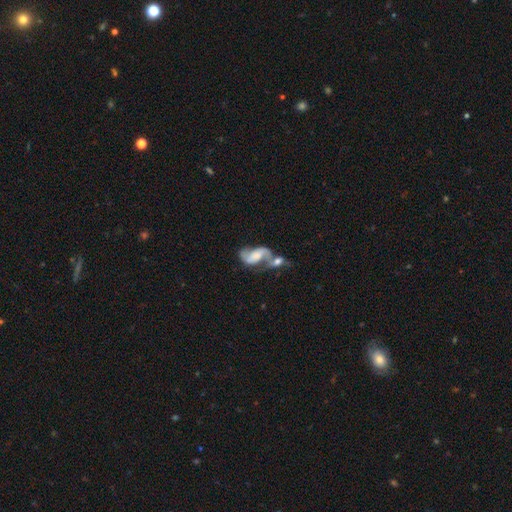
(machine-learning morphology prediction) smooth-or-featured: featured or disk: 71% | smooth: 21% | star or artifact: 7%
  disk-edge-on: no: 95% | yes: 5%
    bar: no: 47% | weak: 36% | strong: 18%
    has-spiral-arms: yes: 88% | no: 12%
      spiral-winding: loose: 58% | medium: 32% | tight: 9%
      spiral-arm-count: 2: 86% | 1: 6% | can't tell: 5% | 3: 1% | 4: 1% | more than 4: 1%
    bulge-size: none: 36% | moderate: 23% | small: 21% | large: 17% | dominant: 3%
  merging: merger: 56% | none: 21% | major disturbance: 13% | minor disturbance: 10%